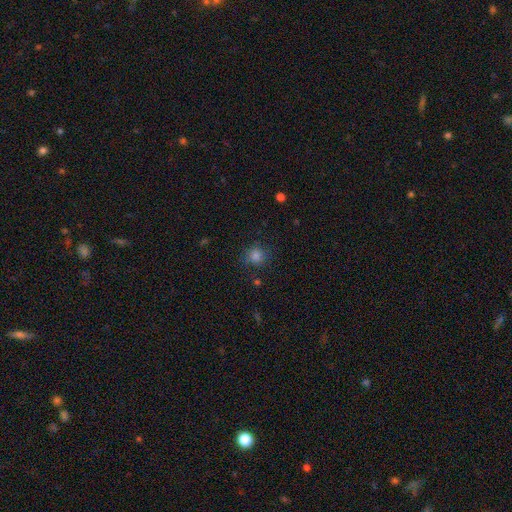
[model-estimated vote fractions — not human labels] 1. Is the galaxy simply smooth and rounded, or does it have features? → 80% smooth, 15% star or artifact, 5% featured or disk.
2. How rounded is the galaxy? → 86% round, 13% in between, 1% cigar-shaped.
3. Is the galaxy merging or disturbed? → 80% none, 14% minor disturbance, 5% major disturbance, 2% merger.